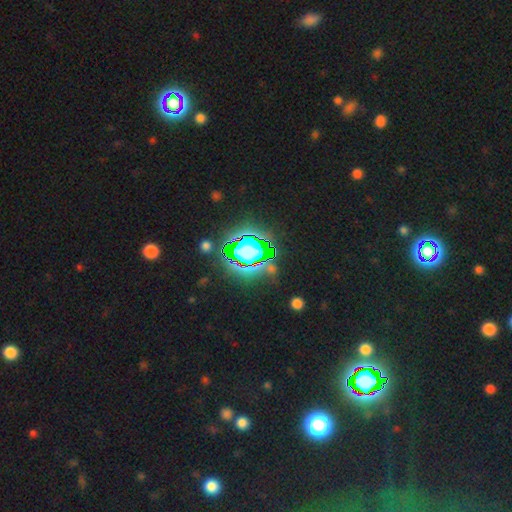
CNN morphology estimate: Smooth or featured? star or artifact (78%)